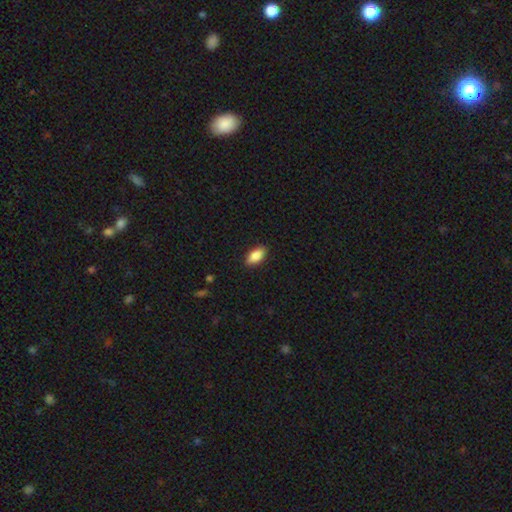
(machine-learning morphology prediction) smooth-or-featured: smooth: 87% | star or artifact: 7% | featured or disk: 7%
  how-rounded: in between: 91% | cigar-shaped: 6% | round: 3%
  merging: none: 88% | minor disturbance: 9% | major disturbance: 2% | merger: 1%